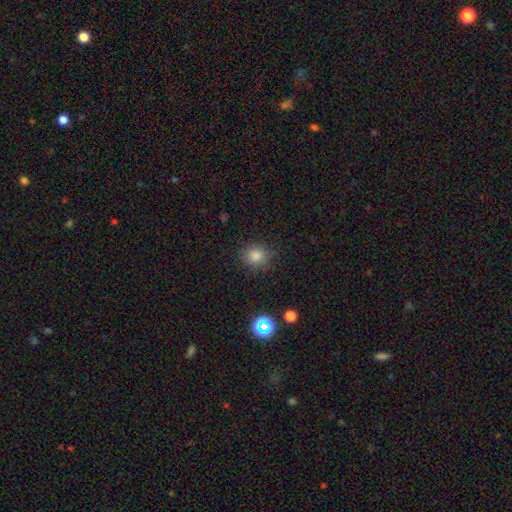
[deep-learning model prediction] Overall: smooth (81%). How rounded: round (83%). Merging: none (86%).